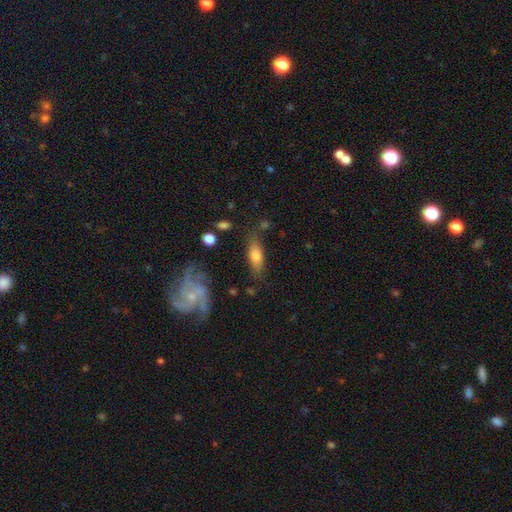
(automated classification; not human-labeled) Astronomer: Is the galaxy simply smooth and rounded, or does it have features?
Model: smooth — 69%.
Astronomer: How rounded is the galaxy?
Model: in between — 66%.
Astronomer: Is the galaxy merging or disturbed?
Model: none — 72%.